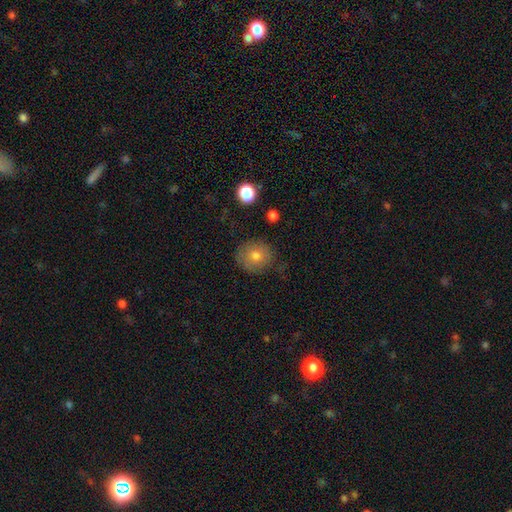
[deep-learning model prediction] Smooth or featured? smooth (73%)
How rounded? round (84%)
Merging? none (78%)